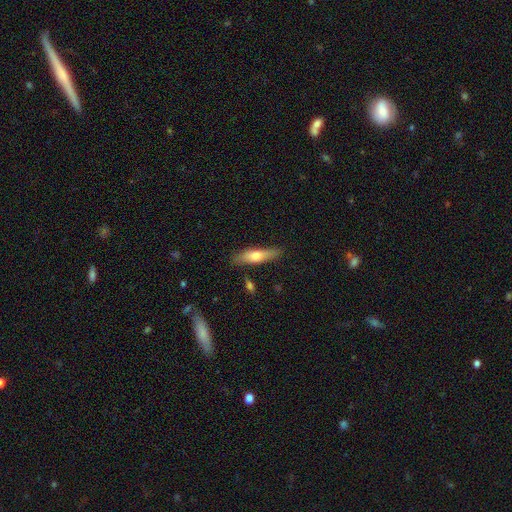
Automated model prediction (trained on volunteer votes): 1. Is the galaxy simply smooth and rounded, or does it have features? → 62% smooth, 33% featured or disk, 6% star or artifact.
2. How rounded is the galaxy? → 68% cigar-shaped, 30% in between, 2% round.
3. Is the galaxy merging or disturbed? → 80% none, 14% minor disturbance, 3% merger, 3% major disturbance.